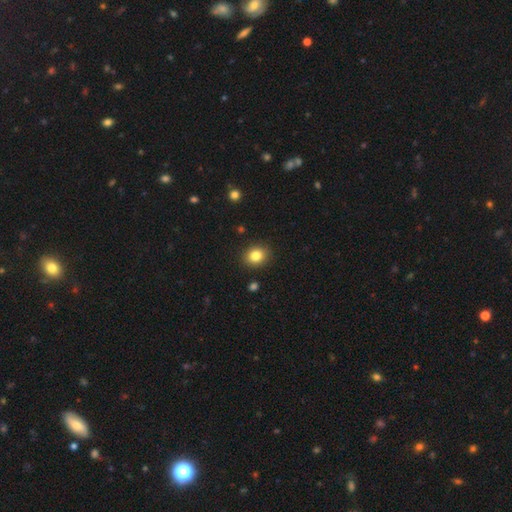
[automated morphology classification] smooth 84%, star or artifact 10%, featured or disk 6%. Down the decision tree: how rounded — round (64%); merging — none (89%).